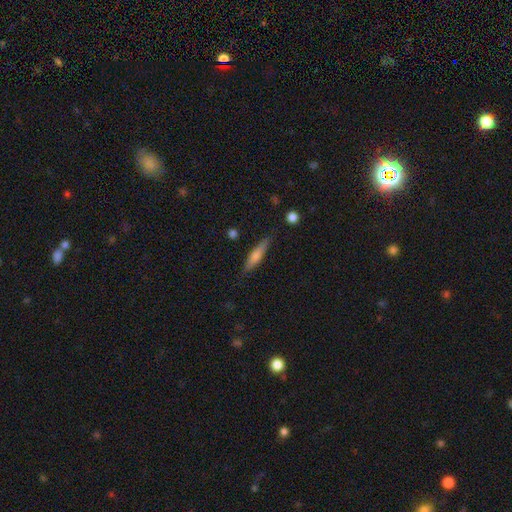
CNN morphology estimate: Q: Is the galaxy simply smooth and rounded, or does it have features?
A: smooth — 61%.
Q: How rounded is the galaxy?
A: cigar-shaped — 83%.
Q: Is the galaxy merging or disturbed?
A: none — 83%.